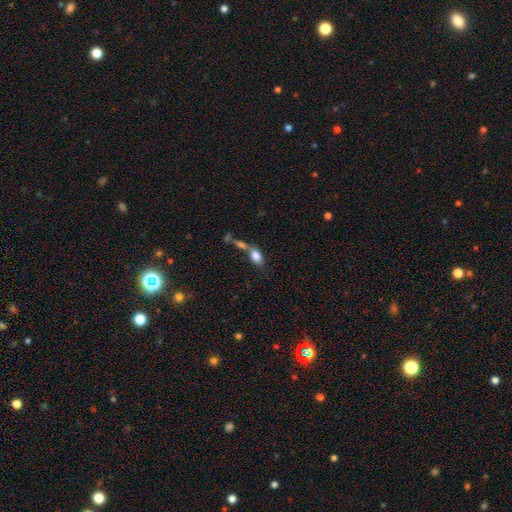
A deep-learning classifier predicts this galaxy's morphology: A smooth galaxy with no disk features (79%) that is in between round and cigar-shaped (84%).

Vote fractions:
- Smooth or featured? smooth: 79% / featured or disk: 12% / star or artifact: 9%
- How rounded? in between: 84% / round: 10% / cigar-shaped: 5%
- Merging? merger: 53% / none: 27% / minor disturbance: 10% / major disturbance: 9%